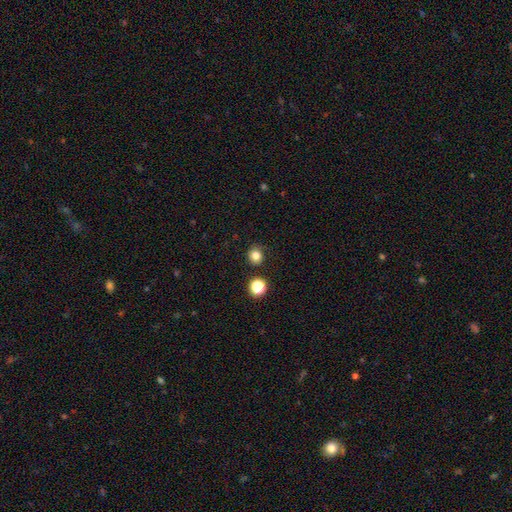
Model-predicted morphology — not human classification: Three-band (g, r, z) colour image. It shows a smooth galaxy with no disk features (81%) that is round (86%). Merging: none (86%).